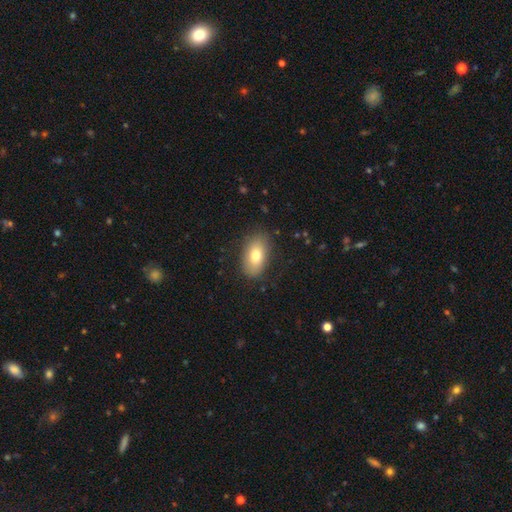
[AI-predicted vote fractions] Q: Smooth or featured?
A: smooth (76%); runner-up: featured or disk (16%)
Q: How rounded?
A: in between (90%); runner-up: round (8%)
Q: Merging?
A: none (83%); runner-up: minor disturbance (12%)